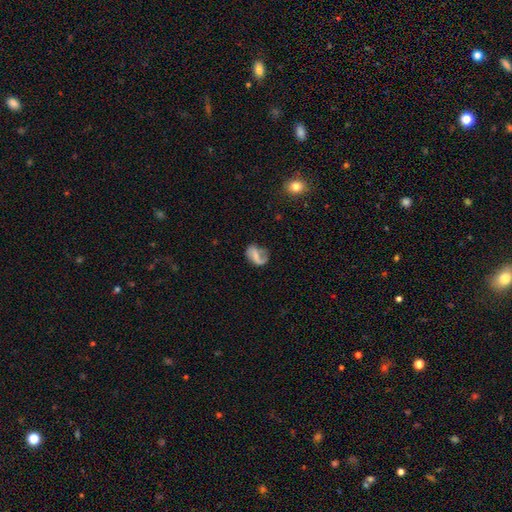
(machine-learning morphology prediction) The model was most divided on "smooth or featured": featured or disk: 48%, smooth: 43%, star or artifact: 10%. Remaining: merging — none (40%).